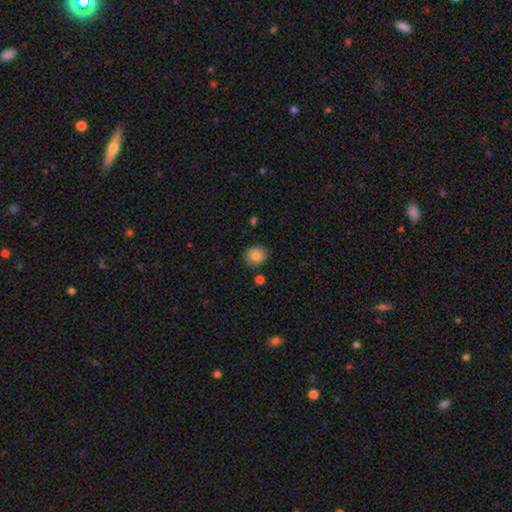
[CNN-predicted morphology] Smooth or featured?
  - smooth: 85% *
  - star or artifact: 9%
  - featured or disk: 6%
How rounded?
  - round: 73% *
  - in between: 27%
  - cigar-shaped: 1%
Merging?
  - none: 85% *
  - minor disturbance: 10%
  - merger: 3%
  - major disturbance: 2%